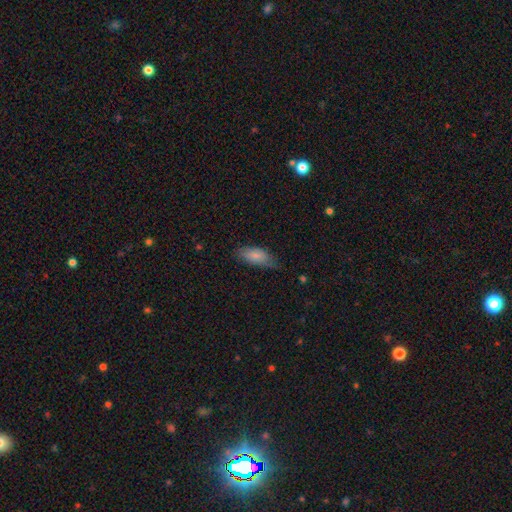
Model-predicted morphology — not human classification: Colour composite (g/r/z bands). It shows a smooth galaxy with no disk features (80%) that is in between round and cigar-shaped (85%). Merging: none (67%).